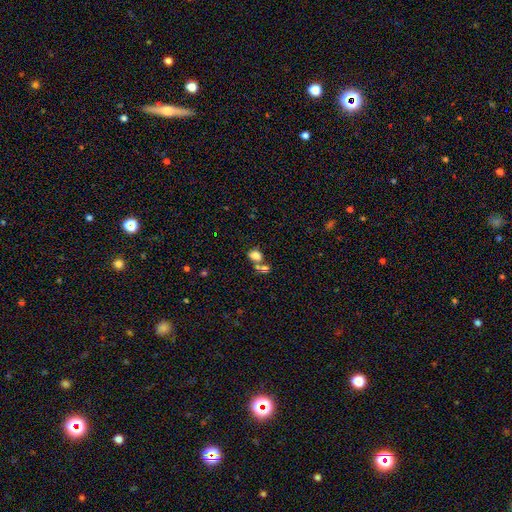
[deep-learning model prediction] smooth-or-featured: smooth: 77% | star or artifact: 12% | featured or disk: 10%
  how-rounded: in between: 78% | round: 20% | cigar-shaped: 2%
  merging: merger: 45% | none: 37% | minor disturbance: 11% | major disturbance: 7%